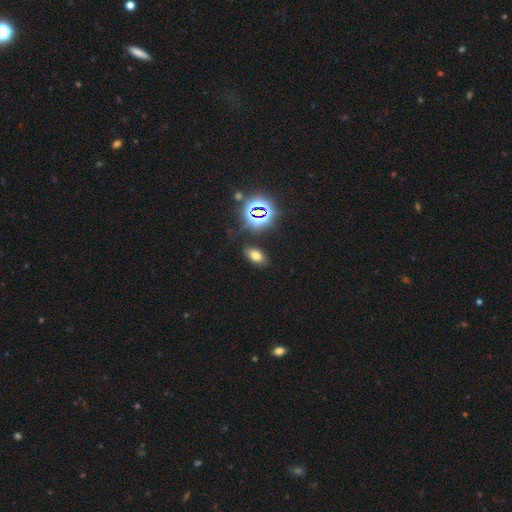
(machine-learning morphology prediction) Smooth or featured? Predicted: smooth (p=0.63). How rounded? Predicted: in between (p=0.87). Merging? Predicted: none (p=0.86).